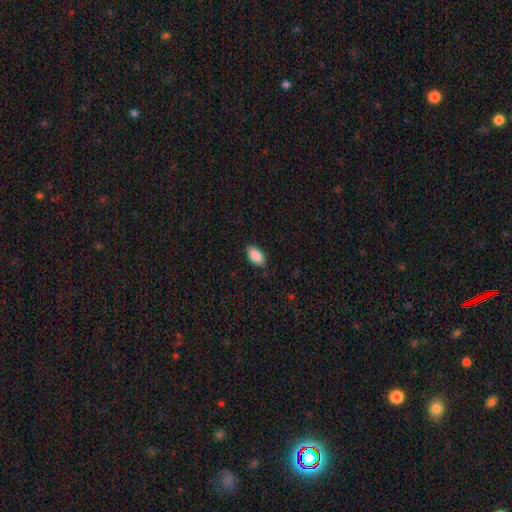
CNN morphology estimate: A smooth galaxy with no disk features (89%) that is in between round and cigar-shaped (94%).

Vote fractions:
- Smooth or featured? smooth: 89% / star or artifact: 7% / featured or disk: 5%
- How rounded? in between: 94% / cigar-shaped: 3% / round: 3%
- Merging? none: 86% / minor disturbance: 11% / major disturbance: 2% / merger: 1%